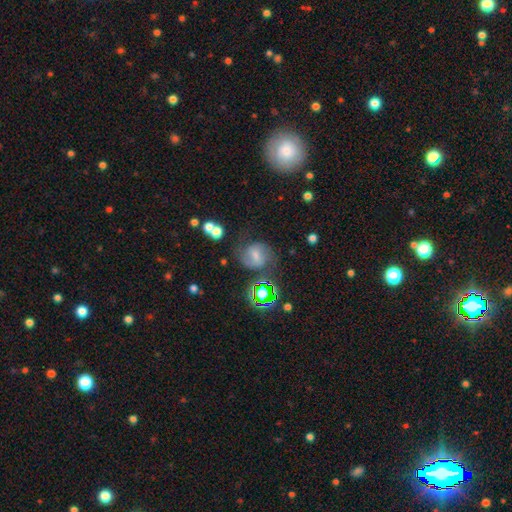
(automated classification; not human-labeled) This is likely a featured or disk galaxy (67%). It is clearly not viewed edge-on (97%). Bar: possibly weak (53%). Spiral arm pattern: clearly yes (94%). Spiral arm count: clearly 2 (84%). Spiral winding: possibly medium (53%). Central bulge: possibly small (52%). Merging: likely none (73%).